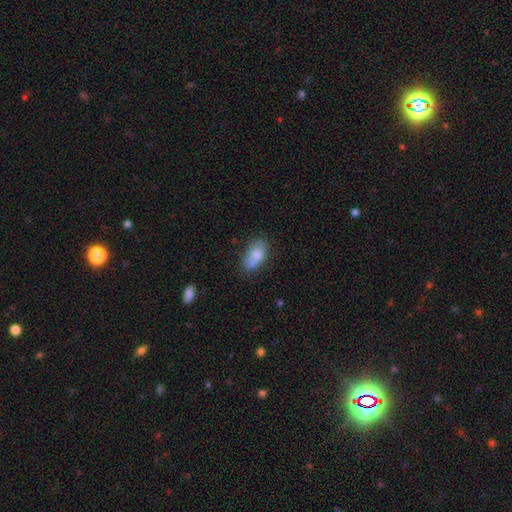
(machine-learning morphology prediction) A smooth galaxy with no disk features (77%) that is in between round and cigar-shaped (90%). Merging: none (54%).